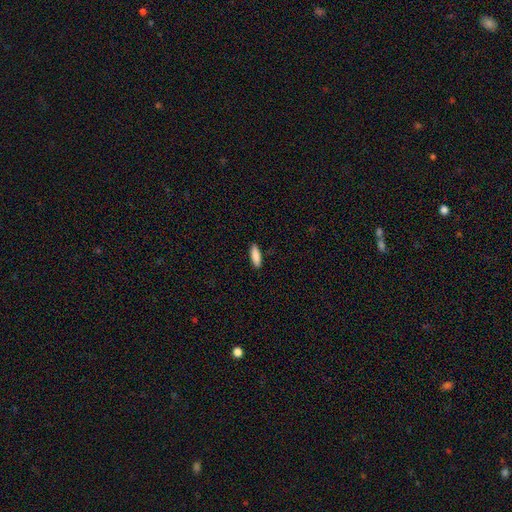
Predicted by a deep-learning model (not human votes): This is clearly a smooth galaxy (88%). How rounded: possibly cigar-shaped (53%). Merging: clearly none (89%).